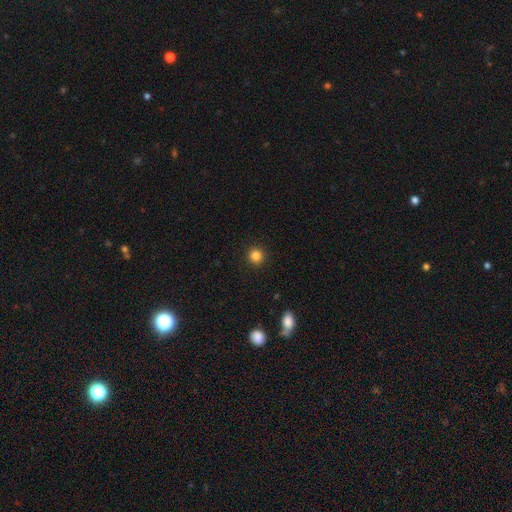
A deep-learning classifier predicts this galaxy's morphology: smooth-or-featured: smooth: 84% | star or artifact: 12% | featured or disk: 4%
  how-rounded: round: 93% | in between: 6% | cigar-shaped: 1%
  merging: none: 92% | minor disturbance: 5% | major disturbance: 2% | merger: 1%